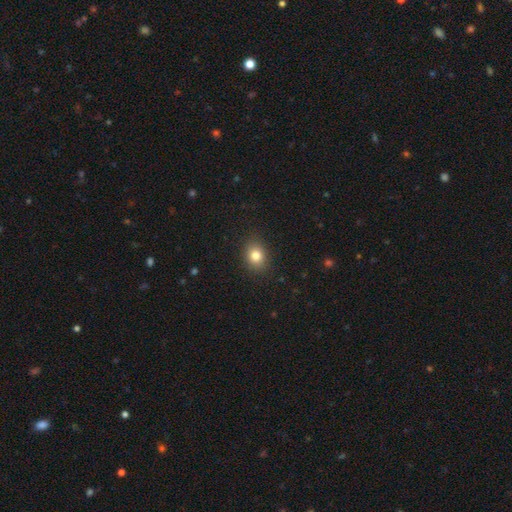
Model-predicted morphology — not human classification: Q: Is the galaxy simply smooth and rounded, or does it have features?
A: smooth — 81%.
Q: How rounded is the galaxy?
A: round — 50%.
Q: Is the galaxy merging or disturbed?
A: none — 88%.